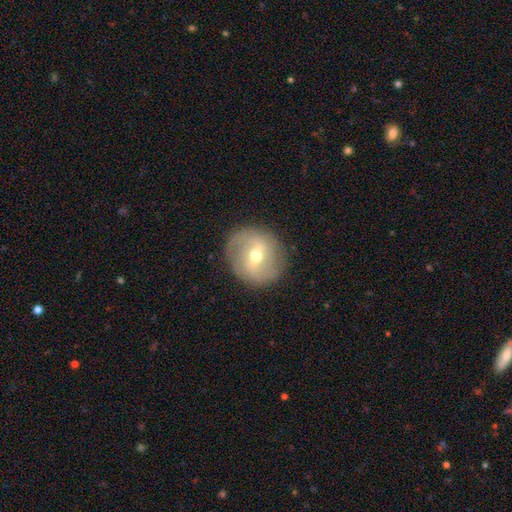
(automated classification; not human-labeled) Smooth or featured: featured or disk — 63% (smooth — 29%)
Edge-on disk: no — 95% (yes — 5%)
Bar: weak — 49% (strong — 28%)
Spiral arms: yes — 67% (no — 33%)
Bulge size: moderate — 64% (small — 31%)
Merging: none — 84% (minor disturbance — 11%)